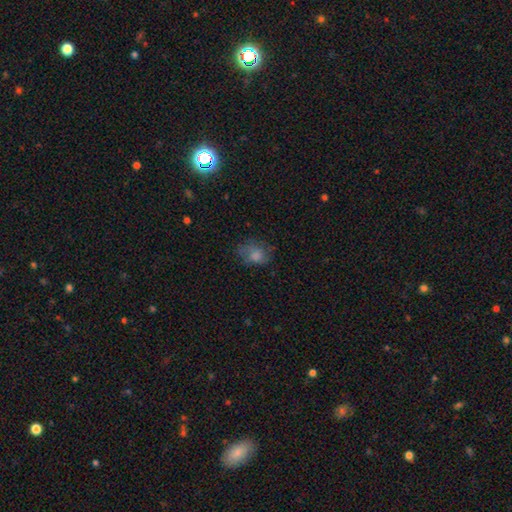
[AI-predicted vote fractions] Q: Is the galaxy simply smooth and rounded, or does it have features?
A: smooth — 62%.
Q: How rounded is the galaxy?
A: in between — 60%.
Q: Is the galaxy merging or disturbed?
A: none — 60%.